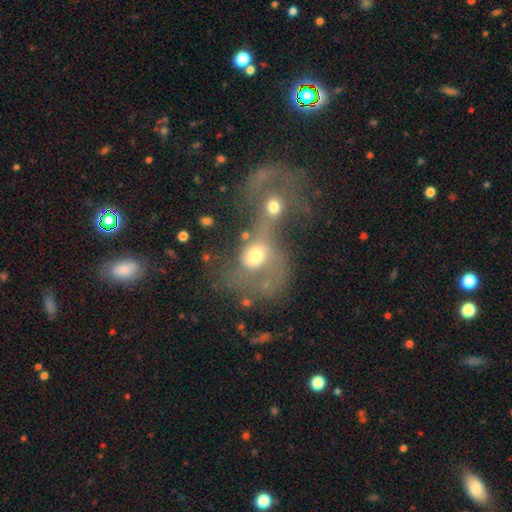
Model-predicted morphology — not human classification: Smooth or featured?
  - smooth: 45% *
  - featured or disk: 40%
  - star or artifact: 15%
Merging?
  - merger: 76% *
  - major disturbance: 13%
  - none: 7%
  - minor disturbance: 4%